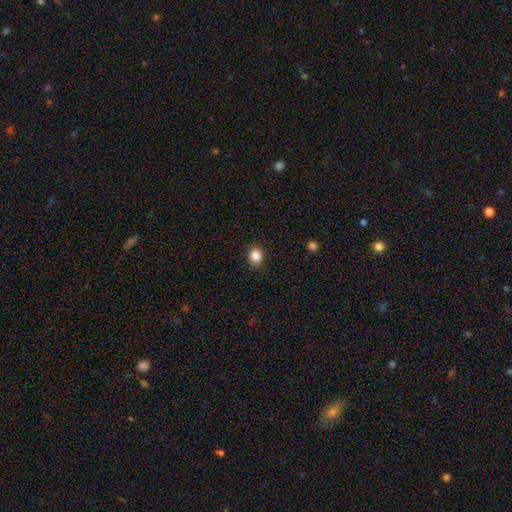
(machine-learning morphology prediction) A smooth galaxy with no disk features (85%) that is round (65%).

Vote fractions:
- Smooth or featured? smooth: 85% / star or artifact: 11% / featured or disk: 4%
- How rounded? round: 65% / in between: 34% / cigar-shaped: 1%
- Merging? none: 89% / minor disturbance: 8% / major disturbance: 2% / merger: 1%